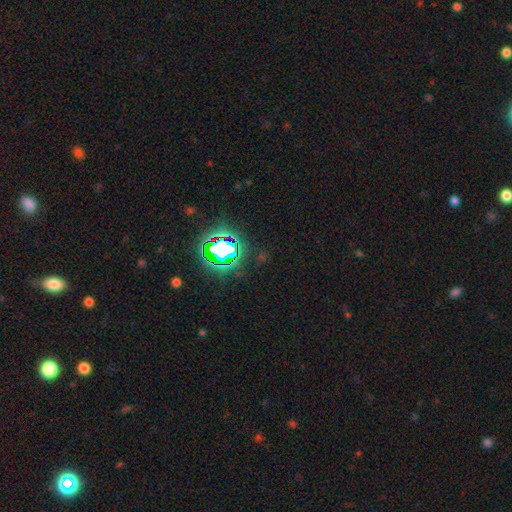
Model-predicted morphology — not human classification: A star or artifact, not a galaxy (80%).